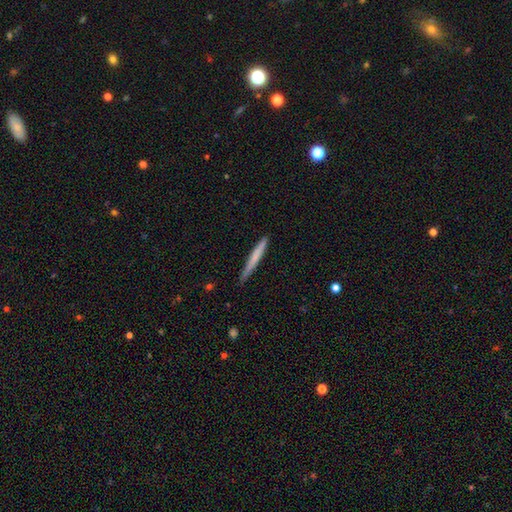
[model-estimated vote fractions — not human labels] Smooth or featured?
  - smooth: 65% *
  - featured or disk: 30%
  - star or artifact: 5%
How rounded?
  - cigar-shaped: 97% *
  - in between: 2%
  - round: 1%
Merging?
  - none: 87% *
  - minor disturbance: 11%
  - major disturbance: 2%
  - merger: 1%